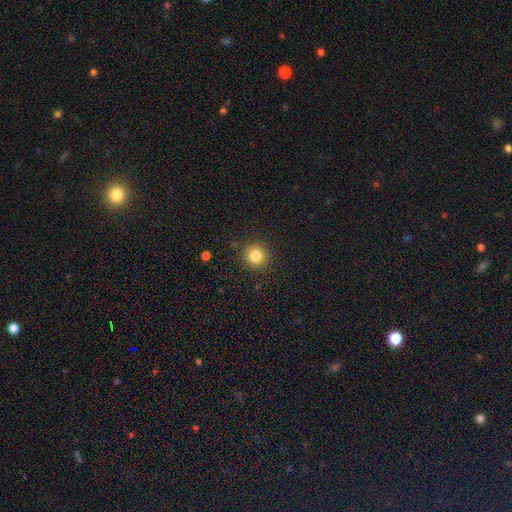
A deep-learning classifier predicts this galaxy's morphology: Smooth or featured: smooth — 82% (star or artifact — 12%)
How rounded: round — 92% (in between — 7%)
Merging: none — 89% (minor disturbance — 7%)